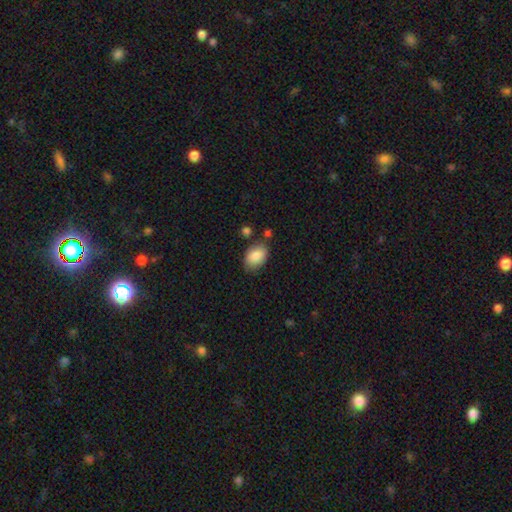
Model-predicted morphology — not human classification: Overall: smooth (86%). How rounded: in between (87%). Merging: none (72%).